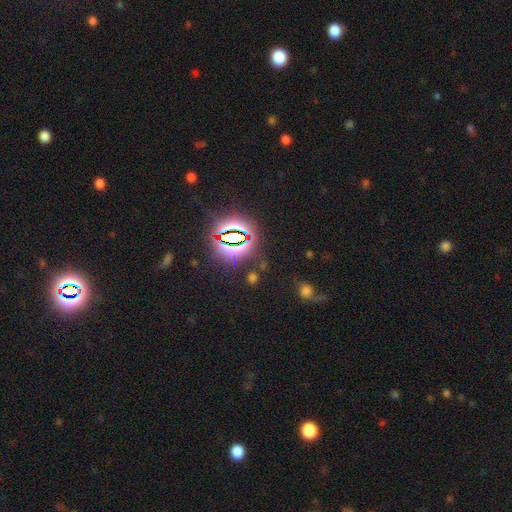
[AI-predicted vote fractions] smooth_or_featured: star or artifact (p=0.81) [alt: smooth p=0.12]